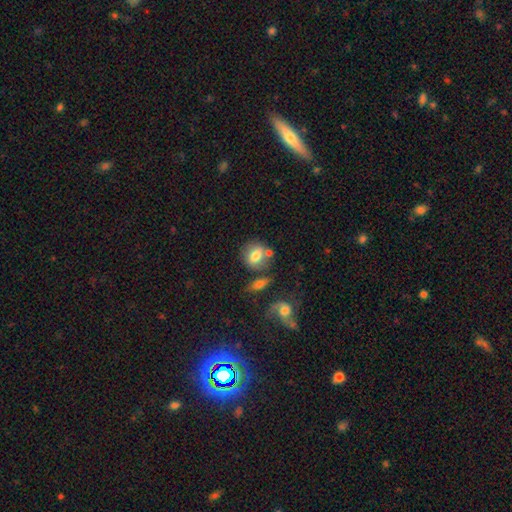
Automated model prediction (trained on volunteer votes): Smooth or featured: smooth — 72% (featured or disk — 20%)
How rounded: round — 56% (in between — 42%)
Merging: none — 60% (merger — 19%)